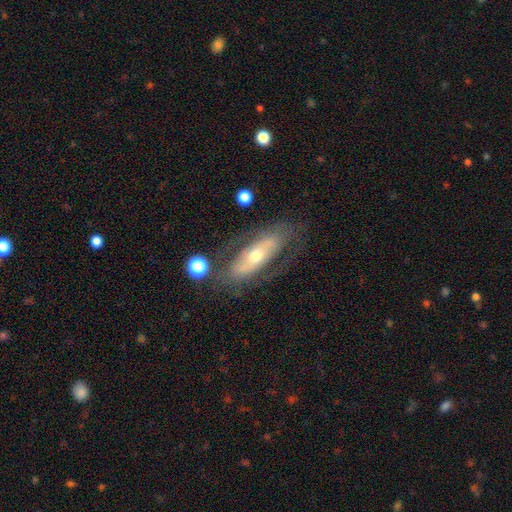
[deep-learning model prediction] A featured or disk galaxy (66%) with no bar (61%), no spiral arms (54%) and a moderate central bulge (50%). Merging: none (68%).